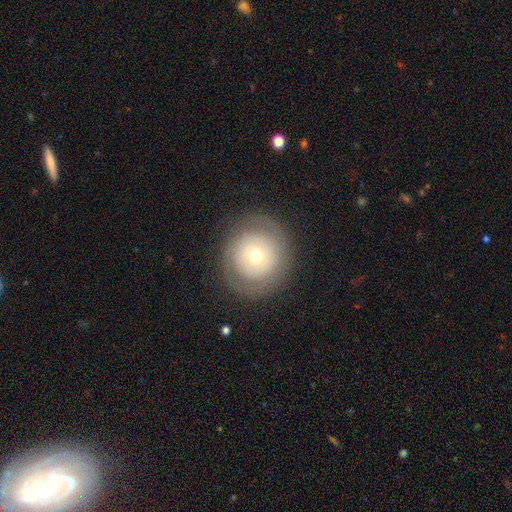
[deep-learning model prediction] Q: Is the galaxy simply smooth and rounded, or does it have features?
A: smooth — 51%.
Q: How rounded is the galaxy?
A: round — 90%.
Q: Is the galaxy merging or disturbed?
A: none — 82%.